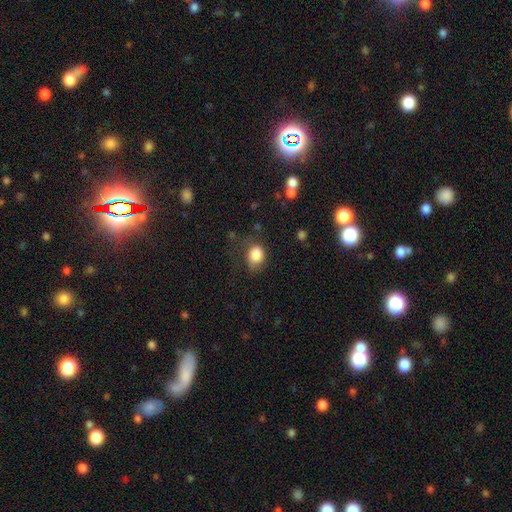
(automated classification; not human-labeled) Morphology: type=smooth (85%); roundness=in between (58%); merging=none (52%).